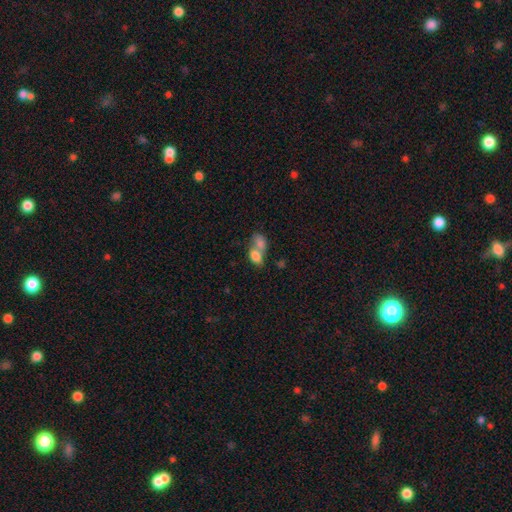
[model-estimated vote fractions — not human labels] smooth 78%, featured or disk 14%, star or artifact 9%. Down the decision tree: how rounded — in between (81%); merging — merger (70%).